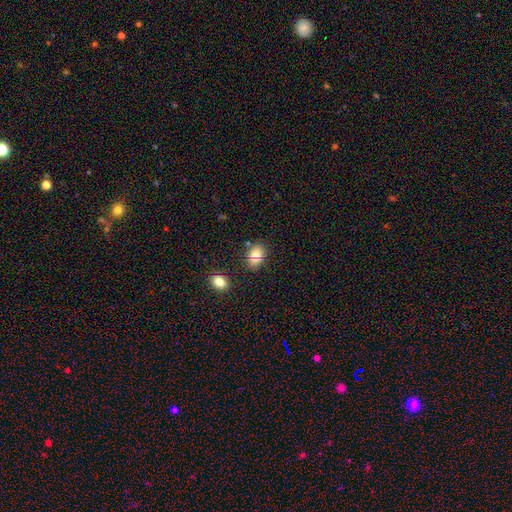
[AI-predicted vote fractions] smooth 81%, featured or disk 10%, star or artifact 10%. Down the decision tree: how rounded — in between (84%); merging — none (73%).